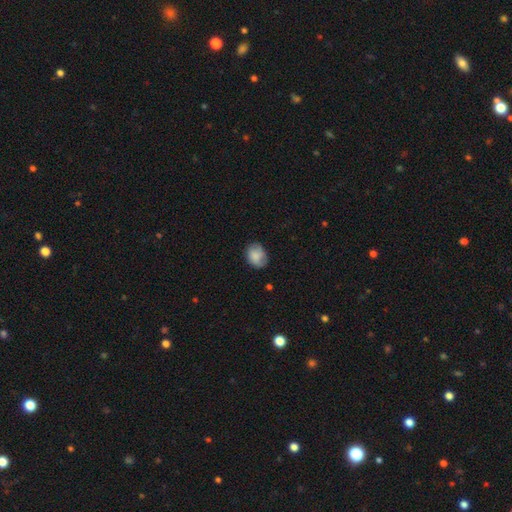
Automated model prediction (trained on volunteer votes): Q: Smooth or featured?
A: smooth (81%); runner-up: featured or disk (11%)
Q: How rounded?
A: in between (63%); runner-up: round (36%)
Q: Merging?
A: none (69%); runner-up: minor disturbance (24%)